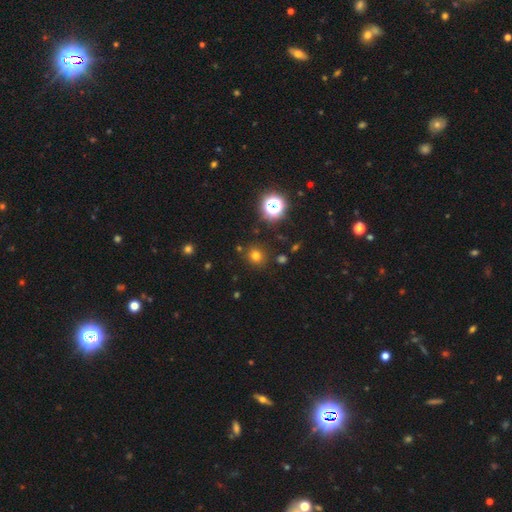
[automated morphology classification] The model was most divided on "smooth or featured": smooth: 72%, star or artifact: 21%, featured or disk: 7%. More confident: merging — none (87%); how rounded — round (86%).